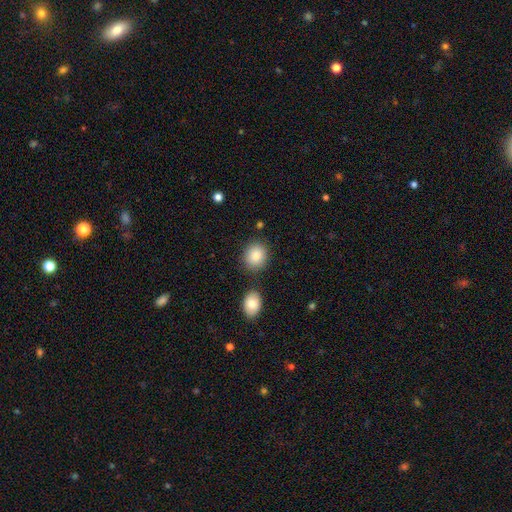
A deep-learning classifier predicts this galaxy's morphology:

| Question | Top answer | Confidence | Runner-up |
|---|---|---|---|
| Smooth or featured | smooth | 86% | star or artifact (8%) |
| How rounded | round | 63% | in between (36%) |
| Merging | none | 78% | minor disturbance (10%) |